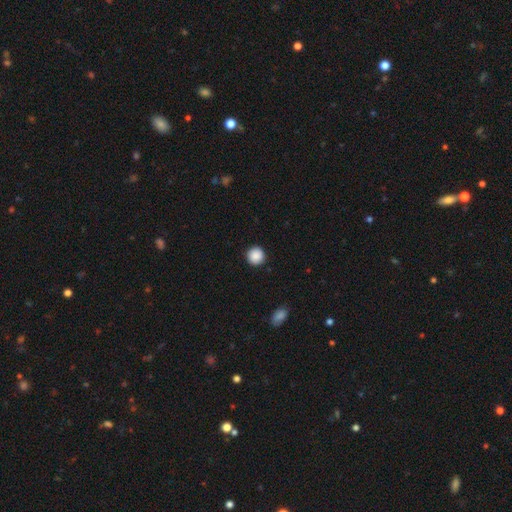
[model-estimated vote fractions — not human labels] Smooth or featured? smooth (89%)
How rounded? round (95%)
Merging? none (92%)